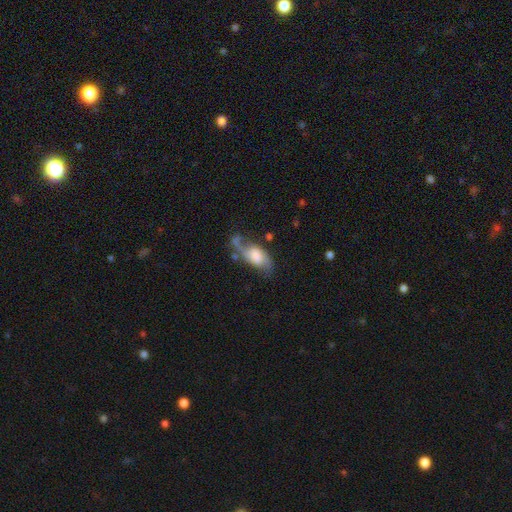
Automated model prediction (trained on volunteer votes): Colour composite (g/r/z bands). It shows a featured or disk galaxy (64%) with no bar (48%), 2 (70%) loose (59%) spiral arms (88%) and a large central bulge (38%). Merging: none (43%).